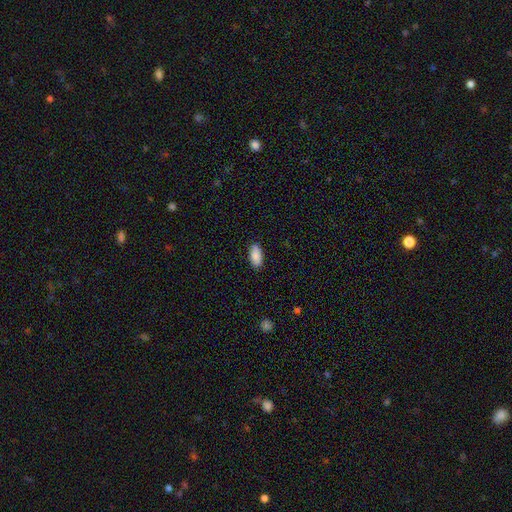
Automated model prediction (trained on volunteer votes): smooth_or_featured: smooth (p=0.89) [alt: star or artifact p=0.06]
how_rounded: in between (p=0.92) [alt: cigar-shaped p=0.06]
merging: none (p=0.87) [alt: minor disturbance p=0.10]